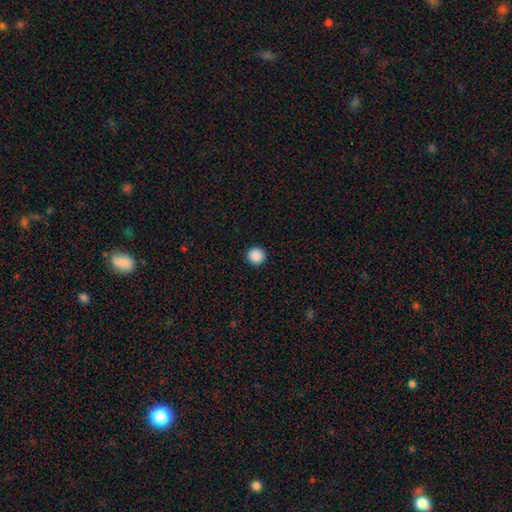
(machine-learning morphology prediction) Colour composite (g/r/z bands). It shows a smooth galaxy with no disk features (89%) that is round (95%). Merging: none (93%).